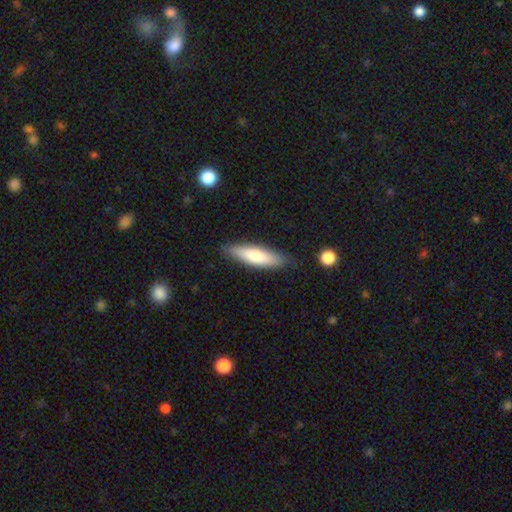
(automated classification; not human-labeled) smooth_or_featured: smooth (p=0.69) [alt: featured or disk p=0.25]
how_rounded: cigar-shaped (p=0.63) [alt: in between p=0.35]
merging: none (p=0.85) [alt: minor disturbance p=0.11]